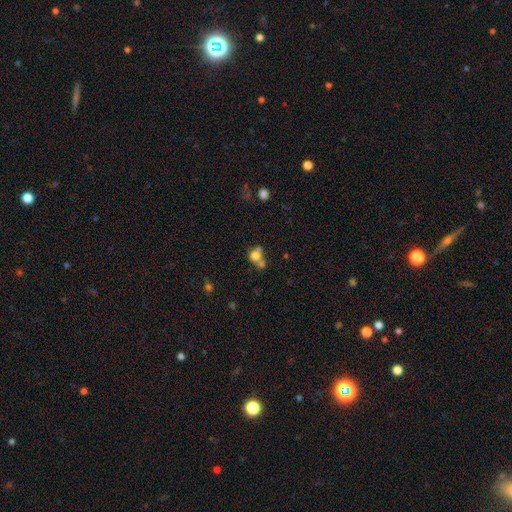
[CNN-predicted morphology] Smooth or featured? smooth (73%)
How rounded? round (79%)
Merging? merger (50%)